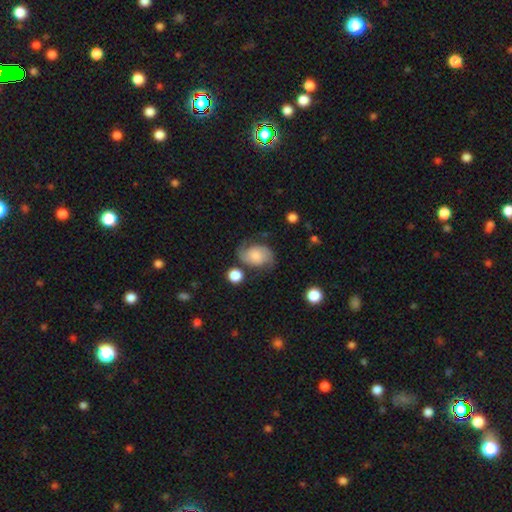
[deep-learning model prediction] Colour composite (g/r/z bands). It shows a featured or disk galaxy (60%) with no bar (67%), 2 (90%) medium (44%) spiral arms (90%) and a moderate central bulge (33%). Merging: none (63%).